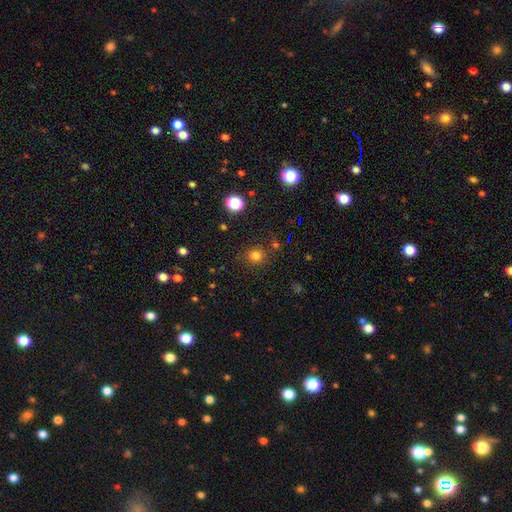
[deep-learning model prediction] This is likely a smooth galaxy (78%). How rounded: clearly round (86%). Merging: clearly none (82%).